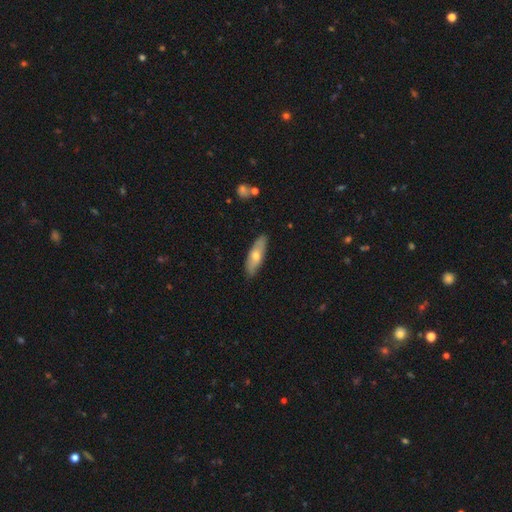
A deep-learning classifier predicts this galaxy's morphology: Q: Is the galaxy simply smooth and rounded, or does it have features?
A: smooth — 56%.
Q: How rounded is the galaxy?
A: in between — 49%, tied with cigar-shaped.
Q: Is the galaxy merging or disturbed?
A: none — 86%.